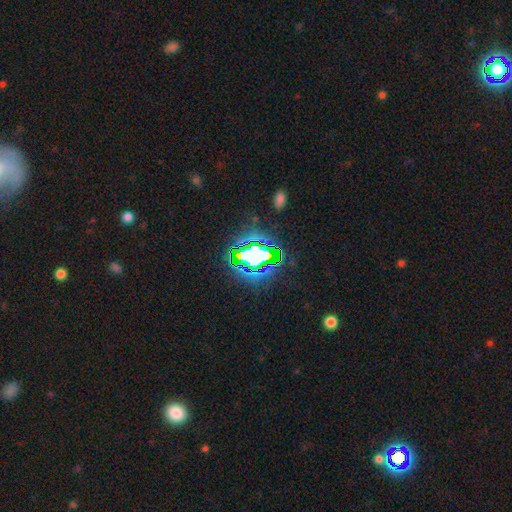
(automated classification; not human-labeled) Smooth or featured?
  - star or artifact: 64% *
  - smooth: 21%
  - featured or disk: 15%